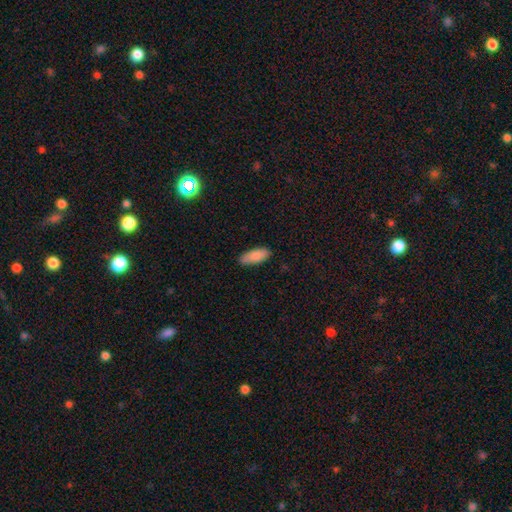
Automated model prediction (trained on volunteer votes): Smooth or featured? Predicted: smooth (p=0.88). How rounded? Predicted: in between (p=0.79). Merging? Predicted: none (p=0.84).